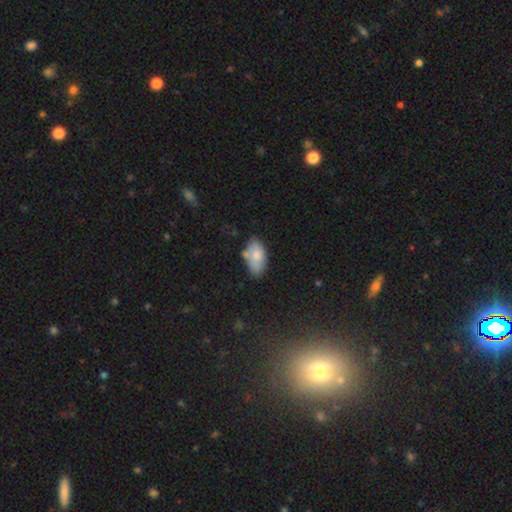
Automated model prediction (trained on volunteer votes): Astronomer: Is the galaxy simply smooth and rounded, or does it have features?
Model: smooth — 75%.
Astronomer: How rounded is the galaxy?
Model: in between — 93%.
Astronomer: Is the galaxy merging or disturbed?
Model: none — 53%.